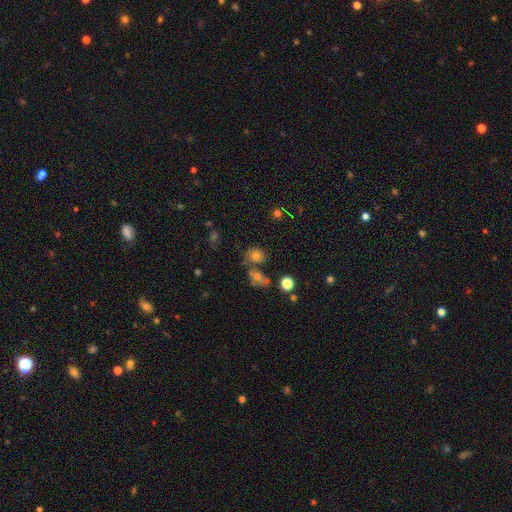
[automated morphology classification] This is likely a smooth galaxy (71%). How rounded: likely round (62%). Merging: possibly none (53%).